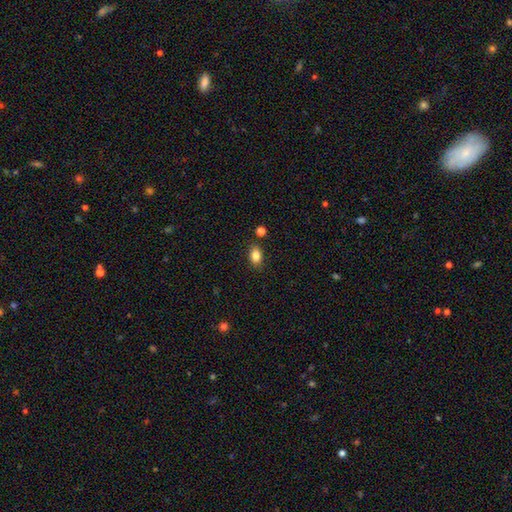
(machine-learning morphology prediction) type=smooth (84%); roundness=in between (82%); merging=none (84%).